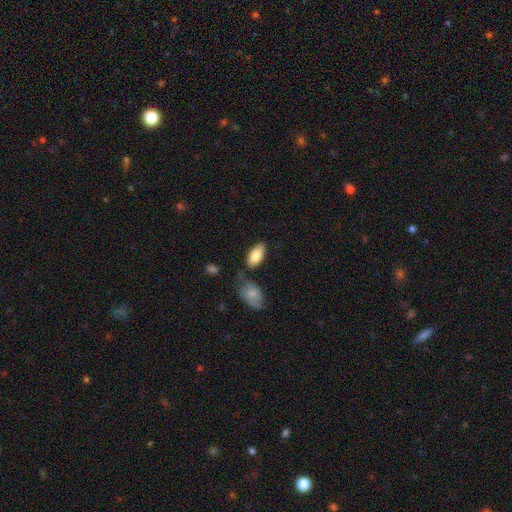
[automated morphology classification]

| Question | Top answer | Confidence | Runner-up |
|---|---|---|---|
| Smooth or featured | smooth | 83% | featured or disk (11%) |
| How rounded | in between | 94% | cigar-shaped (4%) |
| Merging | none | 74% | minor disturbance (15%) |